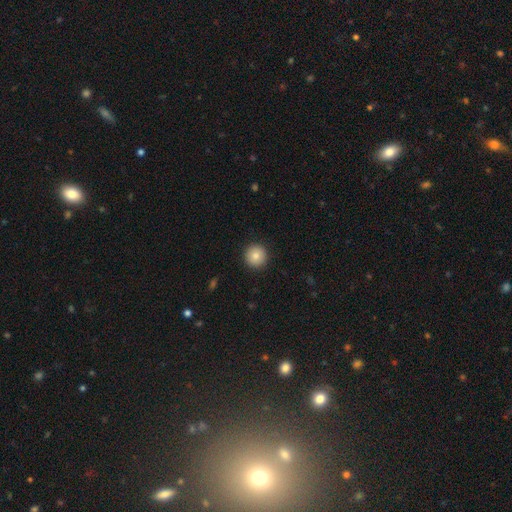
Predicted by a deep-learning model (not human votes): Smooth or featured? smooth (84%)
How rounded? round (95%)
Merging? none (92%)